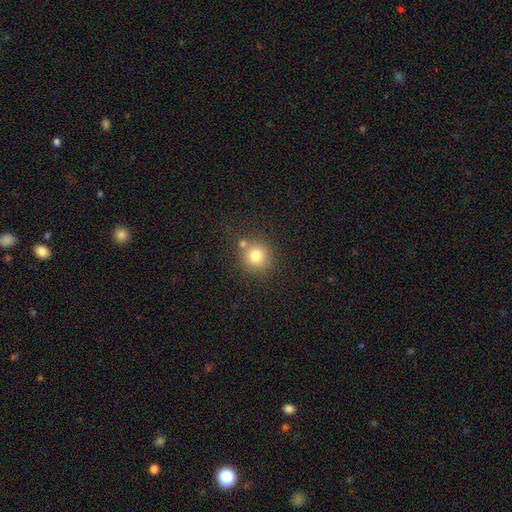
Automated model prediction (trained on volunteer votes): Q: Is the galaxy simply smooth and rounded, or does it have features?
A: smooth — 79%.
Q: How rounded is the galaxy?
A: round — 90%.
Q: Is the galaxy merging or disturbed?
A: none — 64%.